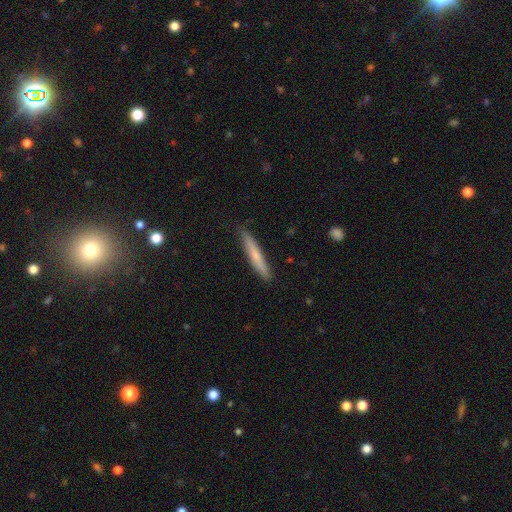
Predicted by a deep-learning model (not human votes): smooth-or-featured: smooth: 65% | featured or disk: 30% | star or artifact: 6%
  how-rounded: cigar-shaped: 94% | in between: 5% | round: 1%
  merging: none: 87% | minor disturbance: 10% | major disturbance: 2% | merger: 1%